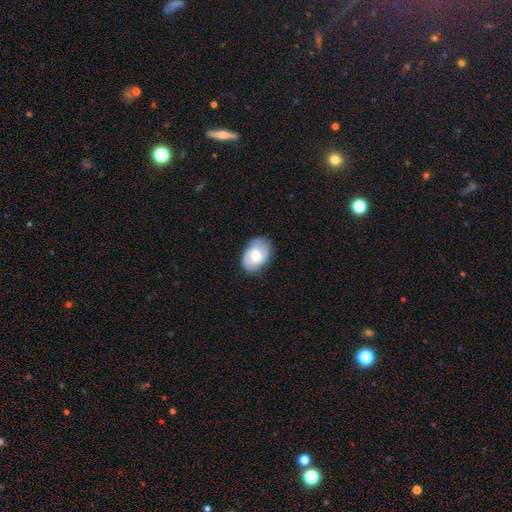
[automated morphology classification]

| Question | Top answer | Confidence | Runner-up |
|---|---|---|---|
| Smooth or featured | smooth | 52% | featured or disk (41%) |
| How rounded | in between | 84% | round (15%) |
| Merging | none | 79% | minor disturbance (16%) |